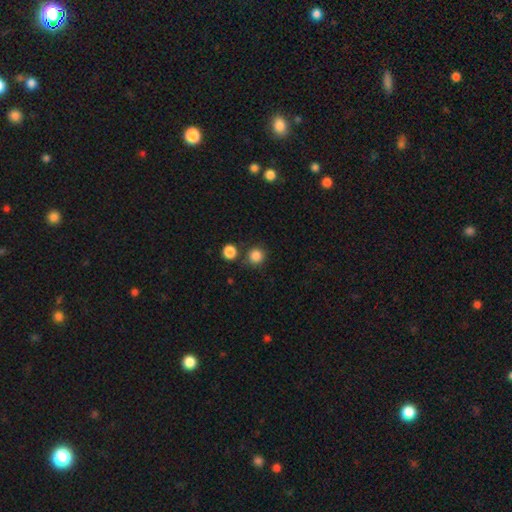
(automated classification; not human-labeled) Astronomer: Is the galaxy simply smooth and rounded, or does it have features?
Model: smooth — 85%.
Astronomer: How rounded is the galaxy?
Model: round — 92%.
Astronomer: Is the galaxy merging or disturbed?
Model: none — 78%.